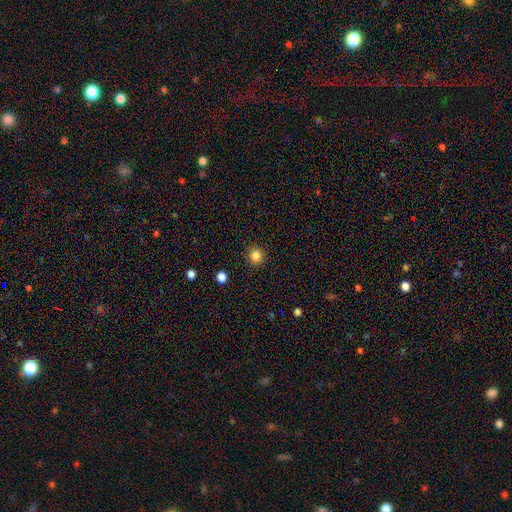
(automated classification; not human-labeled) smooth 84%, star or artifact 12%, featured or disk 4%. Down the decision tree: how rounded — round (90%); merging — none (91%).